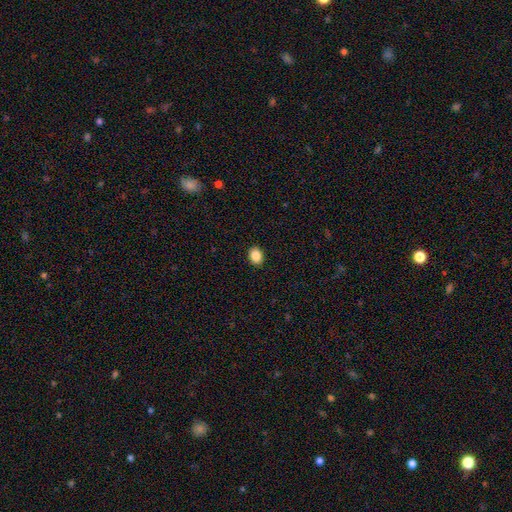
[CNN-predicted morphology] Overall: smooth (87%). How rounded: in between (58%; round 41%). Merging: none (91%).